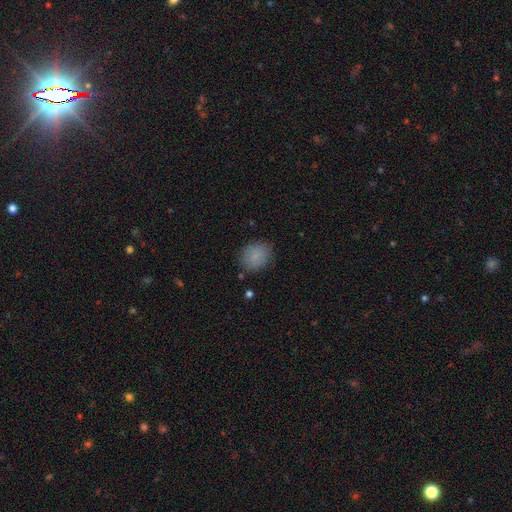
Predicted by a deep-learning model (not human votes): Morphology: type=smooth (84%); roundness=round (59%); merging=none (80%).